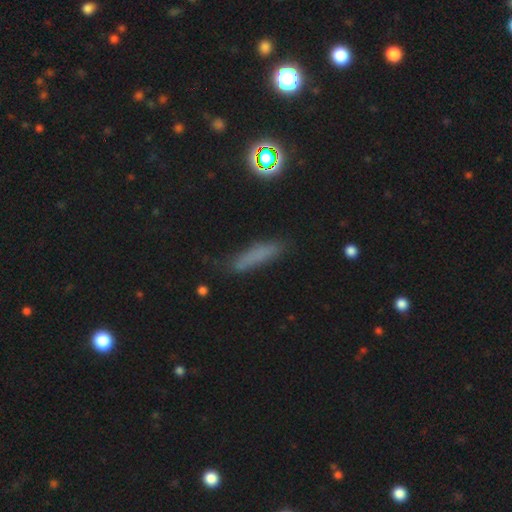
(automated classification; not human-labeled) A smooth galaxy with no disk features (64%) that is cigar-shaped (80%).

Vote fractions:
- Smooth or featured? smooth: 64% / star or artifact: 19% / featured or disk: 17%
- How rounded? cigar-shaped: 80% / in between: 17% / round: 3%
- Merging? none: 70% / minor disturbance: 20% / major disturbance: 7% / merger: 3%